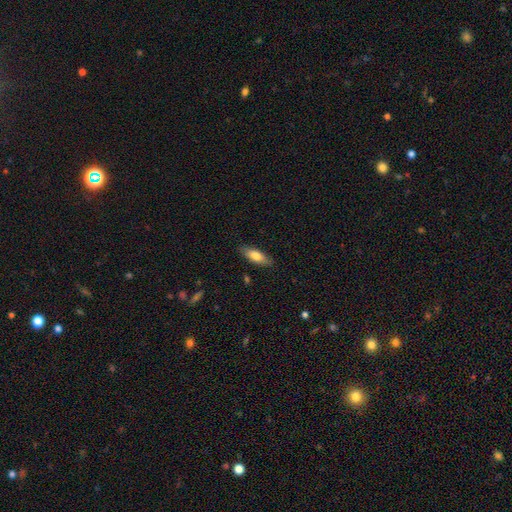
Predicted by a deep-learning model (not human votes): smooth 75%, featured or disk 19%, star or artifact 6%. Down the decision tree: how rounded — in between (63%); merging — none (86%).